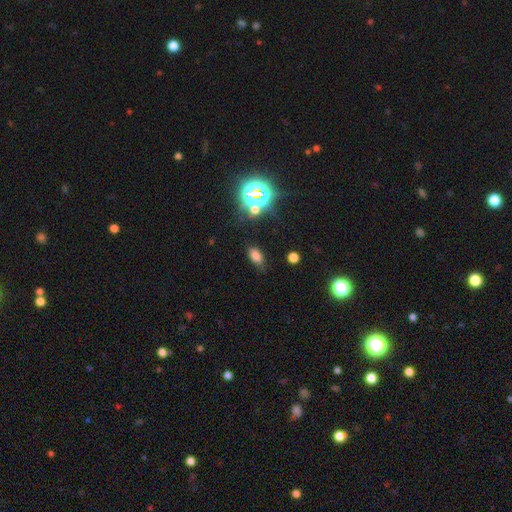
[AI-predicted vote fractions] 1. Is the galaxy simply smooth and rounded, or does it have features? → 70% smooth, 22% star or artifact, 8% featured or disk.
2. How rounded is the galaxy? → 87% in between, 10% round, 3% cigar-shaped.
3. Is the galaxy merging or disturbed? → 79% none, 15% minor disturbance, 4% major disturbance, 3% merger.